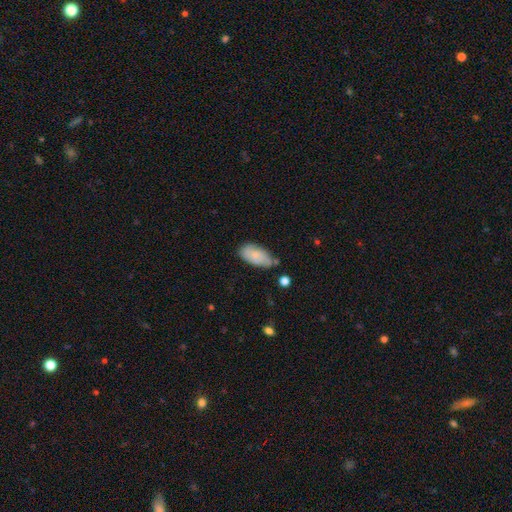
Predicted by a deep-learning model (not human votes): The model was most divided on "merging": none: 59%, minor disturbance: 29%, merger: 6%, major disturbance: 6%. More confident: how rounded — in between (93%); smooth or featured — smooth (75%).